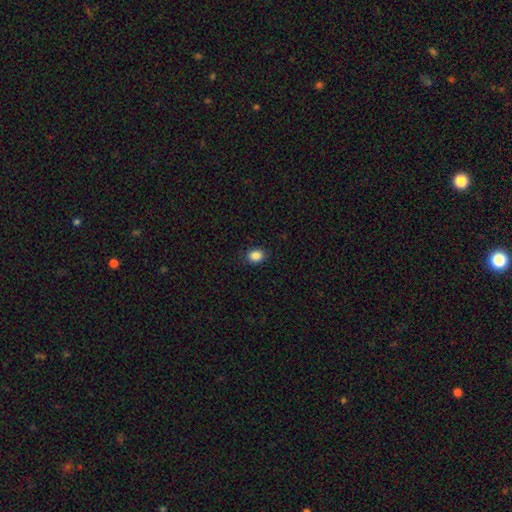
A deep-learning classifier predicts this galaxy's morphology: Smooth or featured?
  - smooth: 87% *
  - star or artifact: 10%
  - featured or disk: 4%
How rounded?
  - in between: 50% *
  - round: 49%
  - cigar-shaped: 1%
Merging?
  - none: 88% *
  - minor disturbance: 9%
  - major disturbance: 2%
  - merger: 1%